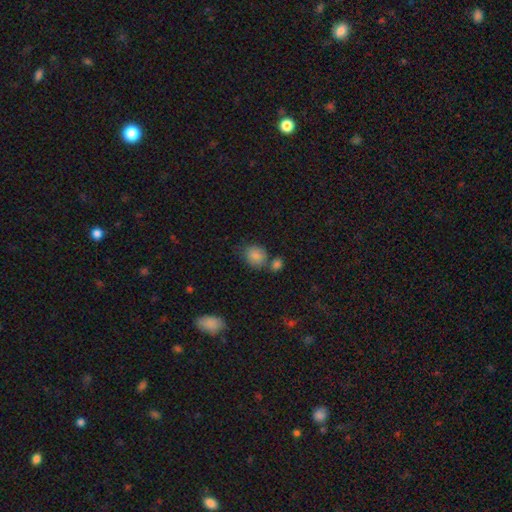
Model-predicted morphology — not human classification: Q: Smooth or featured?
A: smooth (86%); runner-up: star or artifact (9%)
Q: How rounded?
A: round (63%); runner-up: in between (36%)
Q: Merging?
A: none (56%); runner-up: merger (23%)